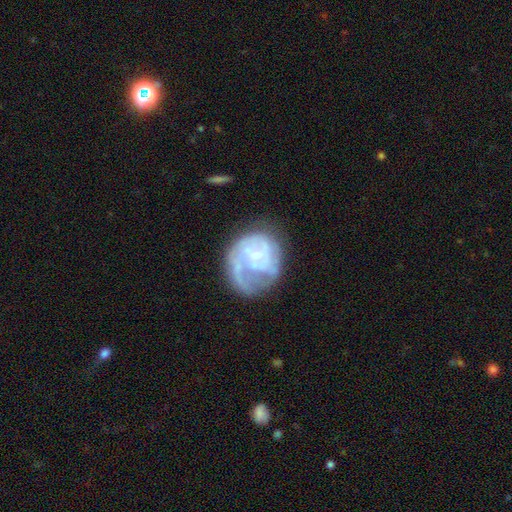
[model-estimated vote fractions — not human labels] Morphology: type=featured or disk (72%); edge-on=no (98%); bar=no (70%); spiral arms=yes (75%); winding=tight (45%); arm count=can't tell (37%); bulge=small (71%); merging=none (40%).